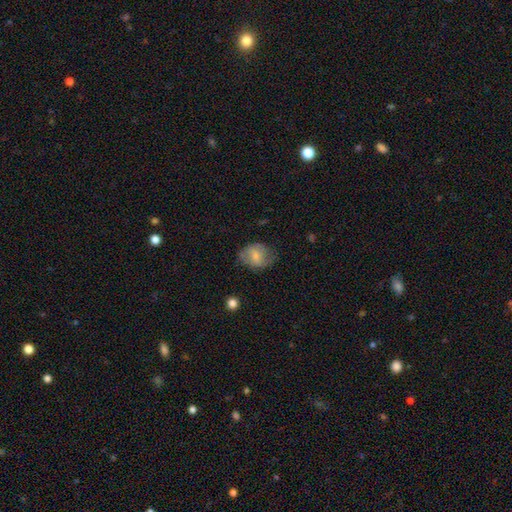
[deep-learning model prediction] This appears to be a smooth galaxy with no disk features (68%) that is in between round and cigar-shaped (58%). Merging: none (59%).